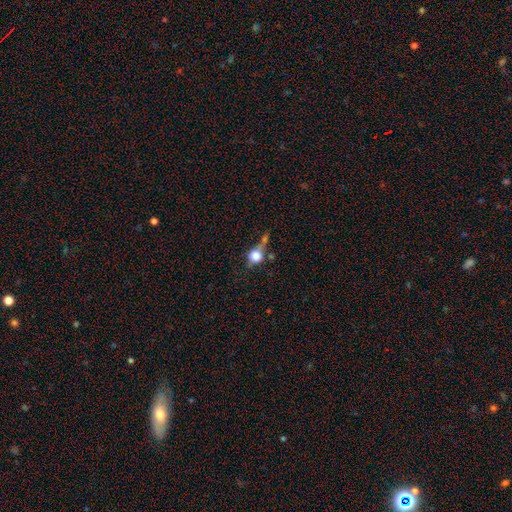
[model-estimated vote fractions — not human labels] Smooth or featured: smooth — 70% (featured or disk — 18%)
How rounded: round — 77% (in between — 20%)
Merging: none — 39% (merger — 30%)